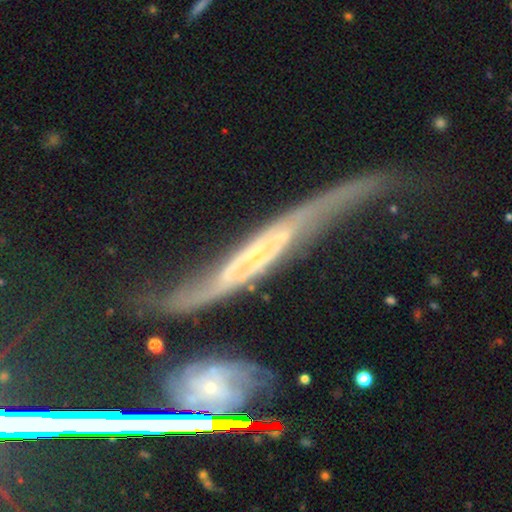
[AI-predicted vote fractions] smooth_or_featured: featured or disk (p=0.78) [alt: smooth p=0.13]
disk_edge_on: yes (p=0.53) [alt: no p=0.47]
merging: none (p=0.36) [alt: major disturbance p=0.27]